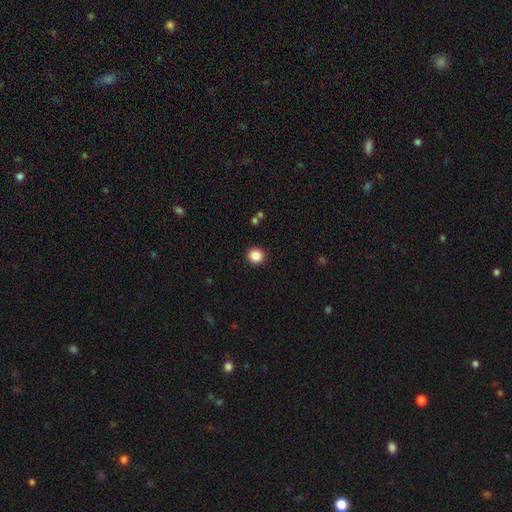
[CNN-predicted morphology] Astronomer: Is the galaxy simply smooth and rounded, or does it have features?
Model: smooth — 87%.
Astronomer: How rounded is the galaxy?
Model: round — 91%.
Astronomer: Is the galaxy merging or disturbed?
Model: none — 92%.